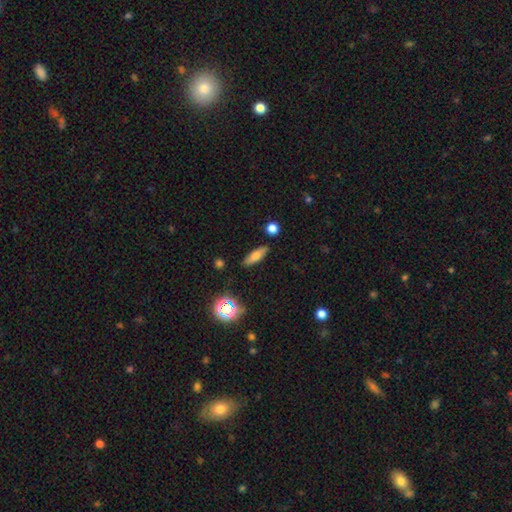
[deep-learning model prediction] This appears to be a smooth galaxy with no disk features (70%) that is in between round and cigar-shaped (49%). Merging: none (86%).